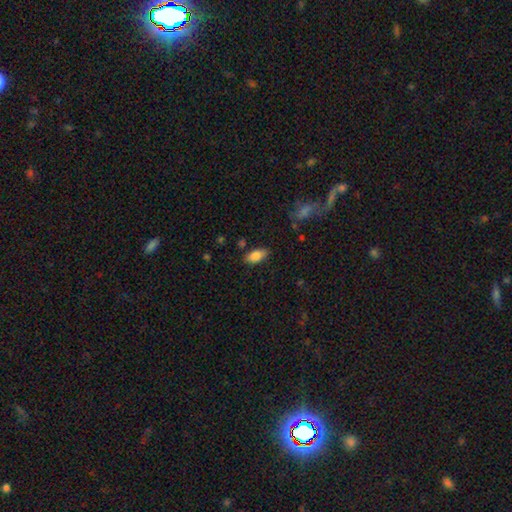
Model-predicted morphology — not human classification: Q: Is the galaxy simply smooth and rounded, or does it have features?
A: smooth — 85%.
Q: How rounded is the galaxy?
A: in between — 90%.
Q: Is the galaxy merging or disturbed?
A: none — 81%.